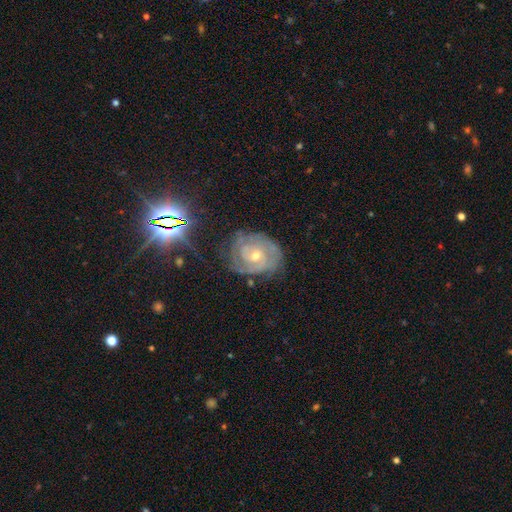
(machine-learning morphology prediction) A featured or disk galaxy (80%) with no bar (71%), tight (71%) spiral arms (93%) and a small central bulge (52%).

Vote fractions:
- Smooth or featured? featured or disk: 80% / star or artifact: 10% / smooth: 10%
- Edge-on disk? no: 97% / yes: 3%
- Bar? no: 71% / weak: 23% / strong: 5%
- Spiral arms? yes: 93% / no: 7%
- Spiral winding? tight: 71% / medium: 24% / loose: 5%
- Spiral arm count? can't tell: 35% / 2: 25% / 3: 22% / 4: 7% / 1: 5% / more than 4: 4%
- Bulge size? small: 52% / moderate: 45% / large: 1% / none: 1% / dominant: 1%
- Merging? none: 67% / minor disturbance: 22% / major disturbance: 9% / merger: 2%